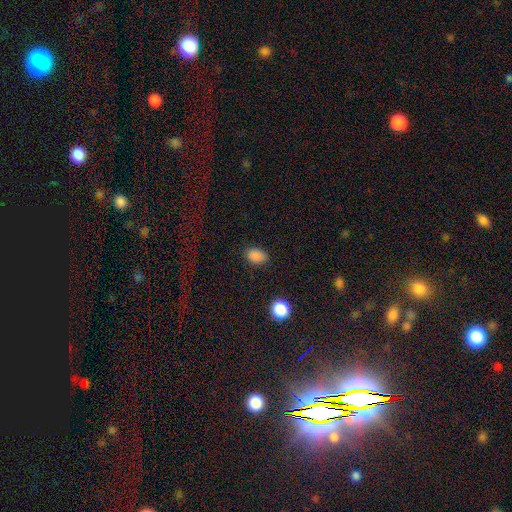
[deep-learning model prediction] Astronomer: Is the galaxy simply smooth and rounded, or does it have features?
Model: smooth — 85%.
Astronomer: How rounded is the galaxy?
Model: in between — 78%.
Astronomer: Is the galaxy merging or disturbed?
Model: none — 83%.